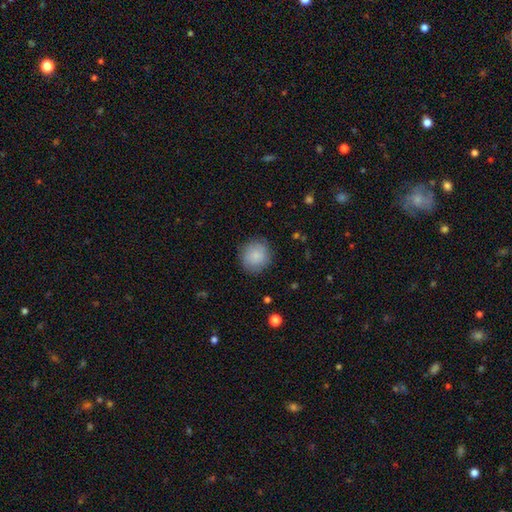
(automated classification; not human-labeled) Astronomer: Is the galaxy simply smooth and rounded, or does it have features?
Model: smooth — 85%.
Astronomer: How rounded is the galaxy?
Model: round — 89%.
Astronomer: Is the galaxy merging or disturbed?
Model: none — 85%.